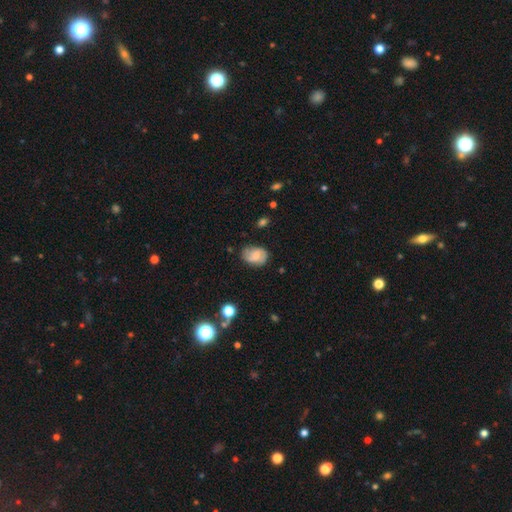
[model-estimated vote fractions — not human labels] A smooth galaxy with no disk features (47%).

Vote fractions:
- Smooth or featured? smooth: 47% / featured or disk: 44% / star or artifact: 9%
- Merging? none: 71% / minor disturbance: 21% / major disturbance: 6% / merger: 2%